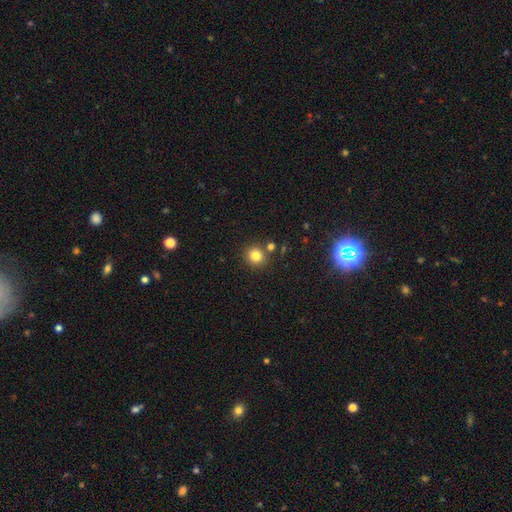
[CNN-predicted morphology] Smooth or featured: smooth — 81% (star or artifact — 13%)
How rounded: round — 91% (in between — 8%)
Merging: none — 81% (merger — 9%)